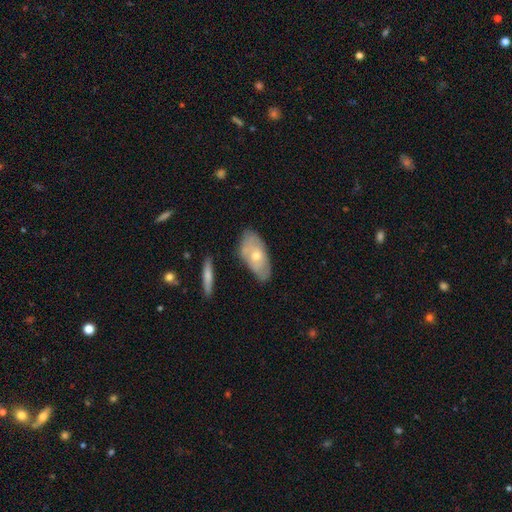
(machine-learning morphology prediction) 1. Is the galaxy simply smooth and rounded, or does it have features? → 49% featured or disk, 44% smooth, 7% star or artifact.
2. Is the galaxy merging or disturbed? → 73% none, 19% minor disturbance, 4% major disturbance, 3% merger.